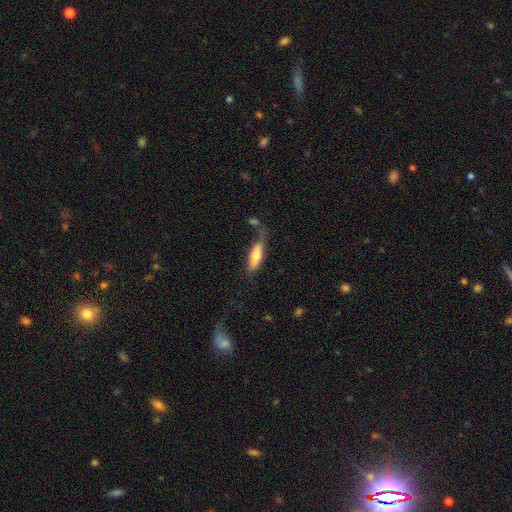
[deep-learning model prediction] A smooth galaxy with no disk features (65%) that is cigar-shaped (50%). Merging: none (49%).